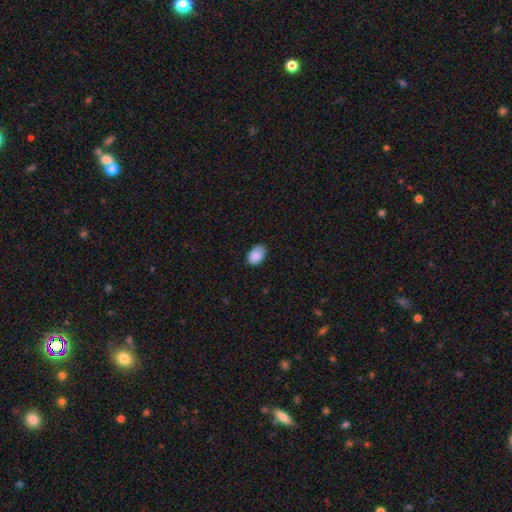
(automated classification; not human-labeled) Smooth or featured: smooth — 89% (star or artifact — 7%)
How rounded: in between — 88% (round — 11%)
Merging: none — 77% (minor disturbance — 19%)